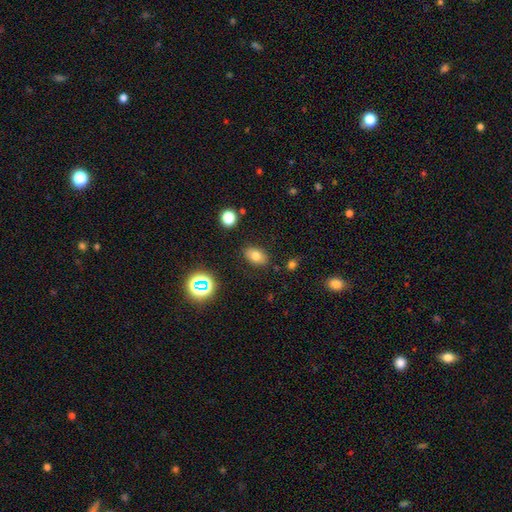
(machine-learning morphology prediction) This appears to be a smooth galaxy with no disk features (73%) that is in between round and cigar-shaped (84%). Merging: none (84%).